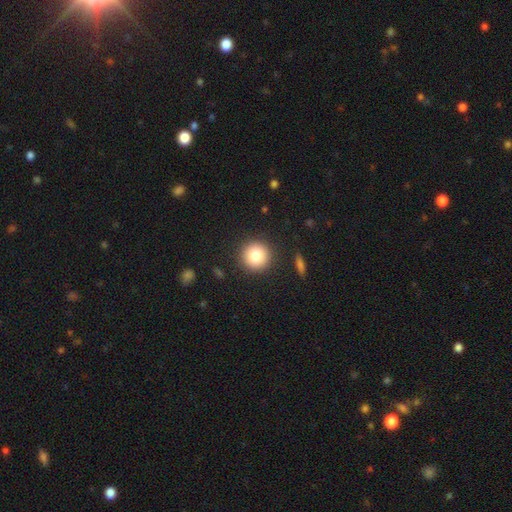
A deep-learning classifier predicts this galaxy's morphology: Smooth or featured?
  - smooth: 81% *
  - star or artifact: 10%
  - featured or disk: 9%
How rounded?
  - round: 95% *
  - in between: 4%
  - cigar-shaped: 1%
Merging?
  - none: 90% *
  - minor disturbance: 6%
  - major disturbance: 2%
  - merger: 1%